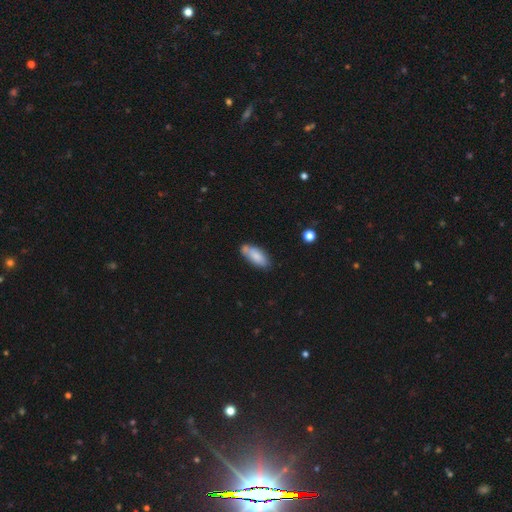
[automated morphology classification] smooth 77%, featured or disk 16%, star or artifact 7%. Down the decision tree: how rounded — in between (81%); merging — none (60%).